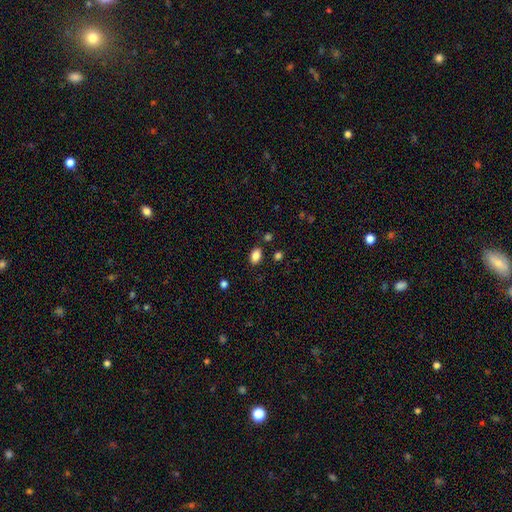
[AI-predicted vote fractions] This appears to be a smooth galaxy with no disk features (86%) that is in between round and cigar-shaped (86%). Merging: none (84%).